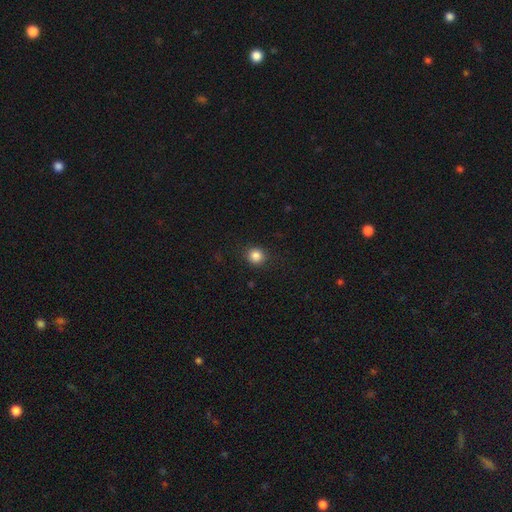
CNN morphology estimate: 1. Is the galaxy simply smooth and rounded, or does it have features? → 85% smooth, 11% star or artifact, 4% featured or disk.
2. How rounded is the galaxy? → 91% round, 8% in between, 1% cigar-shaped.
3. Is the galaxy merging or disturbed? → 89% none, 7% minor disturbance, 2% major disturbance, 1% merger.